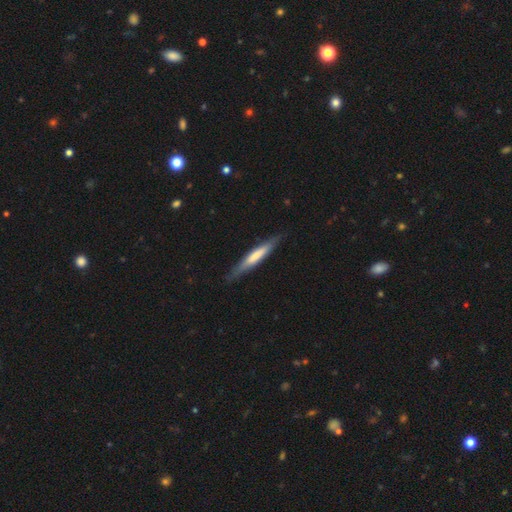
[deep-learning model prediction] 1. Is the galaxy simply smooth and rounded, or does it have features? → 57% smooth, 38% featured or disk, 5% star or artifact.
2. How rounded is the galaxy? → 92% cigar-shaped, 7% in between, 1% round.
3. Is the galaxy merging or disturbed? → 84% none, 13% minor disturbance, 2% major disturbance, 1% merger.